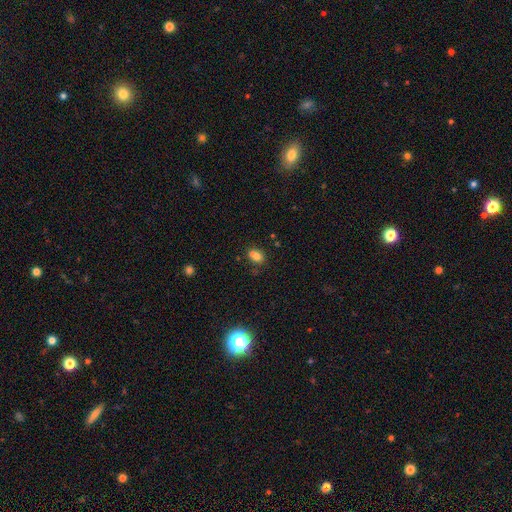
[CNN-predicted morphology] This is likely a smooth galaxy (71%). How rounded: possibly round (53%). Merging: marginally none (43%).